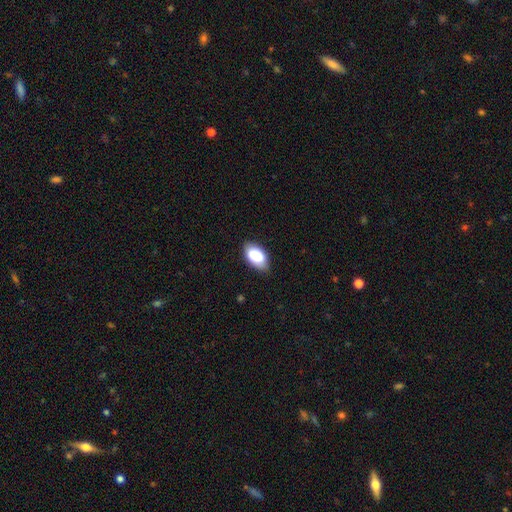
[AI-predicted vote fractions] A smooth galaxy with no disk features (82%) that is in between round and cigar-shaped (93%). Merging: none (72%).